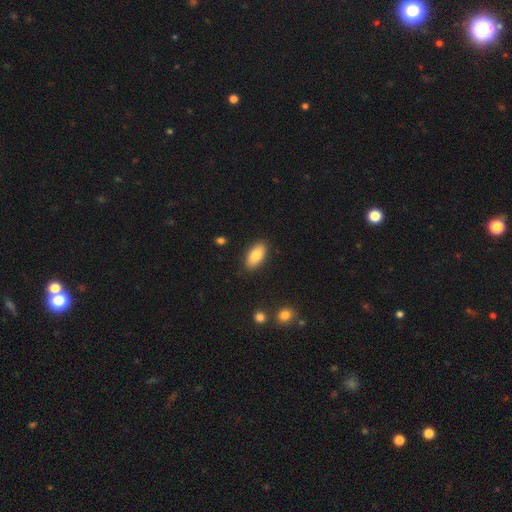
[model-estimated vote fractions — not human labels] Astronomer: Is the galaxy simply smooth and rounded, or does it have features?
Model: smooth — 83%.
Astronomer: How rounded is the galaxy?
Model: in between — 90%.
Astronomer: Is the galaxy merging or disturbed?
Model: none — 87%.